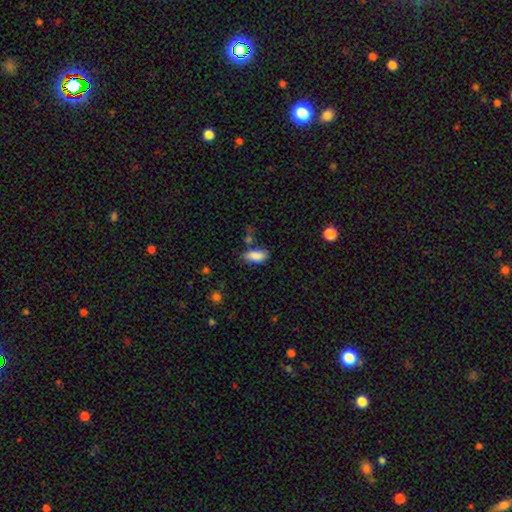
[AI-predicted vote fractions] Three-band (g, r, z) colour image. It shows a smooth galaxy with no disk features (87%) that is in between round and cigar-shaped (89%). Merging: none (72%).